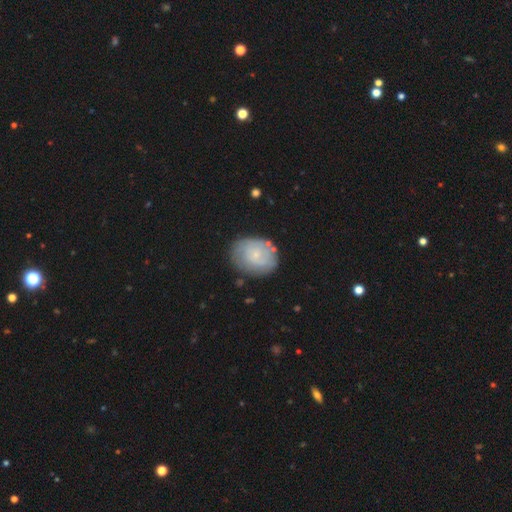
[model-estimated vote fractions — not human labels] Morphology: type=smooth (47%); merging=none (74%).